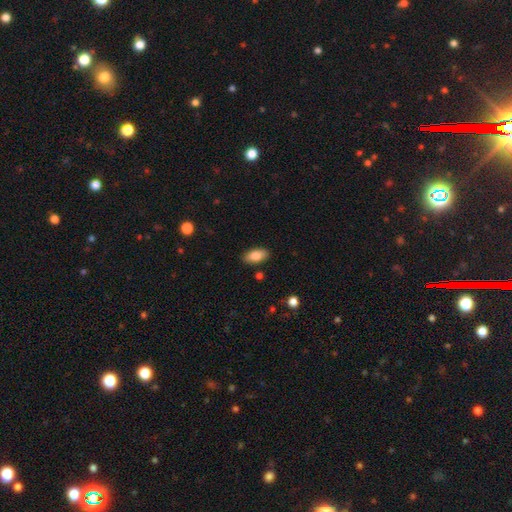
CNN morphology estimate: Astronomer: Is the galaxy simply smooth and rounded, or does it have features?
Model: smooth — 84%.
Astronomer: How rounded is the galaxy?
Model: in between — 91%.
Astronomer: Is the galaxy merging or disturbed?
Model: none — 87%.